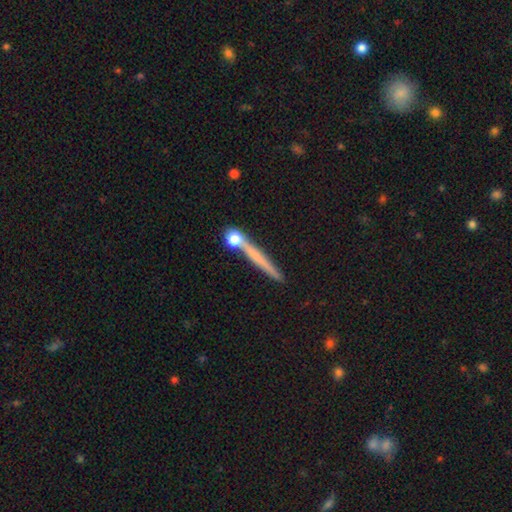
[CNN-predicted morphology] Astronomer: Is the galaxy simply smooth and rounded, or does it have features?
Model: smooth — 51% (runner-up: featured or disk, 40%).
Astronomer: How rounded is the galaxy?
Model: cigar-shaped — 88%.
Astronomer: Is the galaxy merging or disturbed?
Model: none — 73%.